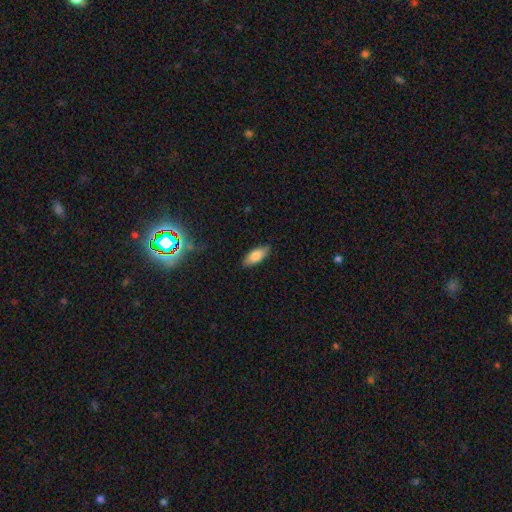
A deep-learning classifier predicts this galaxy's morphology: smooth-or-featured: smooth: 80% | featured or disk: 13% | star or artifact: 7%
  how-rounded: in between: 80% | cigar-shaped: 18% | round: 2%
  merging: none: 87% | minor disturbance: 10% | major disturbance: 2% | merger: 1%